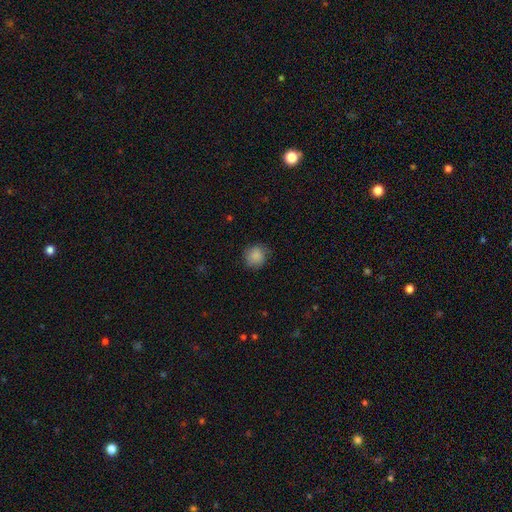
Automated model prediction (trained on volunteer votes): Q: Smooth or featured?
A: smooth (87%); runner-up: star or artifact (9%)
Q: How rounded?
A: round (89%); runner-up: in between (10%)
Q: Merging?
A: none (80%); runner-up: minor disturbance (16%)